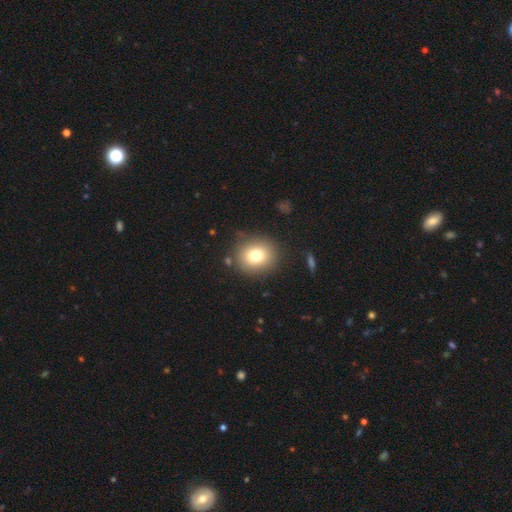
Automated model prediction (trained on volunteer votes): Smooth or featured? smooth (76%)
How rounded? round (81%)
Merging? none (86%)